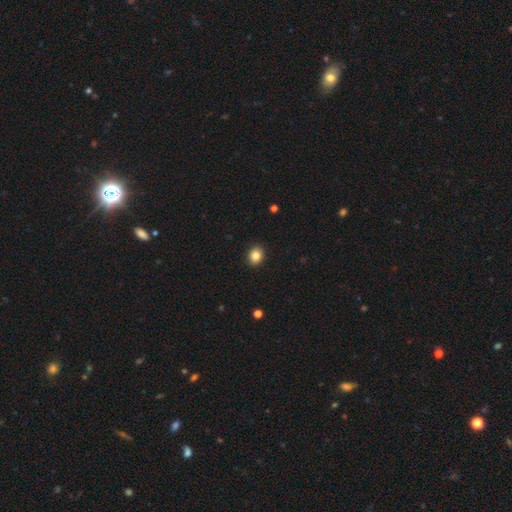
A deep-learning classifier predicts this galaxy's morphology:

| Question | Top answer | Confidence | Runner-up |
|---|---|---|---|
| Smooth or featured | smooth | 85% | star or artifact (10%) |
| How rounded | round | 57% | in between (42%) |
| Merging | none | 92% | minor disturbance (6%) |